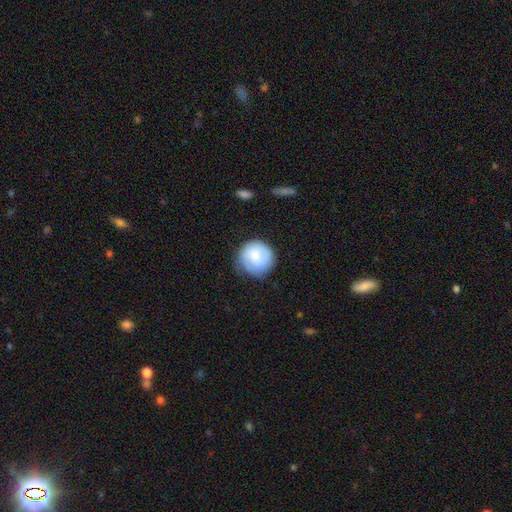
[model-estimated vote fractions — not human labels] This is likely a smooth galaxy (67%). How rounded: clearly round (92%). Merging: likely none (72%).